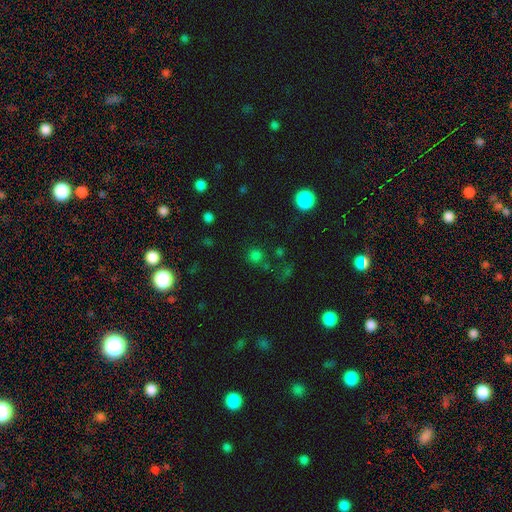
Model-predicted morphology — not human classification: This appears to be a smooth galaxy with no disk features (70%) that is round (91%). Merging: none (74%).